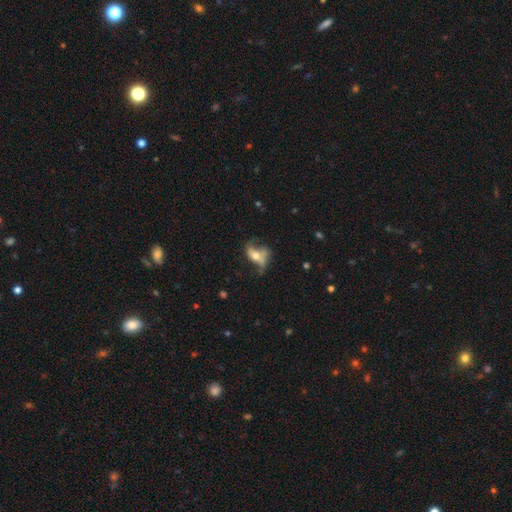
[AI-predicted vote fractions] Morphology: type=featured or disk (56%); edge-on=no (87%); merging=major disturbance (34%).